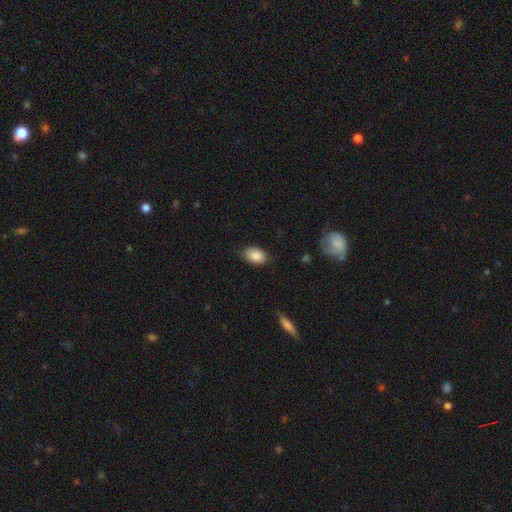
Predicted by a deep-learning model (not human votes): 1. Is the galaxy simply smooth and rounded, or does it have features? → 86% smooth, 7% star or artifact, 7% featured or disk.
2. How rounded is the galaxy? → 89% in between, 10% round, 1% cigar-shaped.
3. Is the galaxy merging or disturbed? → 79% none, 17% minor disturbance, 3% major disturbance, 1% merger.